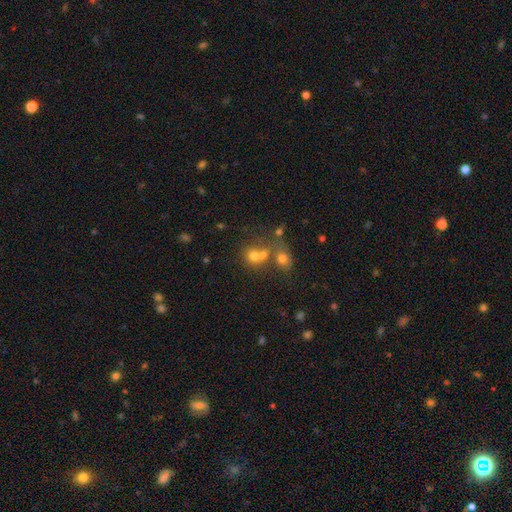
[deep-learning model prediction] smooth-or-featured: smooth: 61% | star or artifact: 22% | featured or disk: 17%
  how-rounded: round: 75% | in between: 24% | cigar-shaped: 1%
  merging: merger: 52% | none: 36% | minor disturbance: 7% | major disturbance: 4%